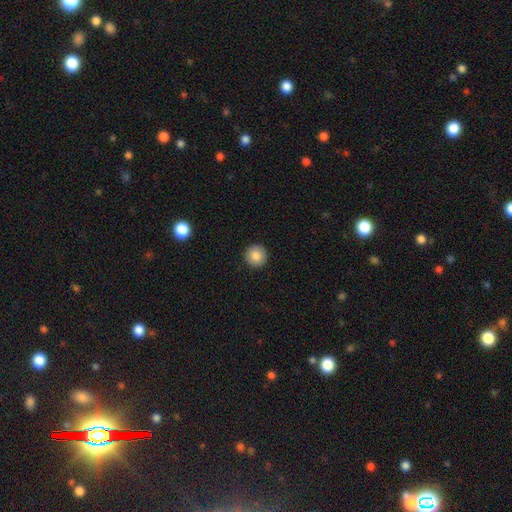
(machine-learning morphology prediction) Smooth or featured?
  - smooth: 84% *
  - star or artifact: 8%
  - featured or disk: 7%
How rounded?
  - round: 96% *
  - in between: 3%
  - cigar-shaped: 1%
Merging?
  - none: 93% *
  - minor disturbance: 5%
  - major disturbance: 1%
  - merger: 1%